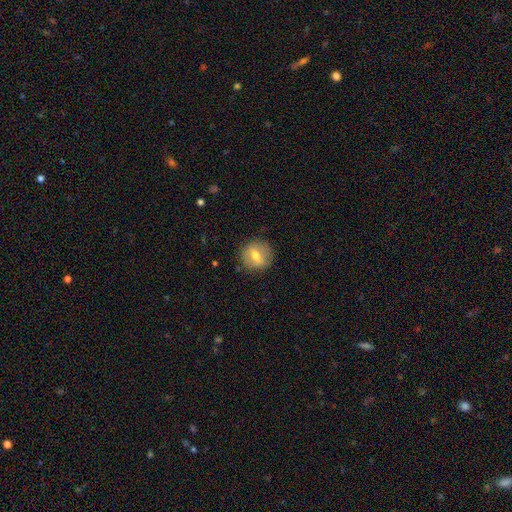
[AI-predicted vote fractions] This appears to be a smooth galaxy with no disk features (53%) that is round (90%). Merging: none (87%).